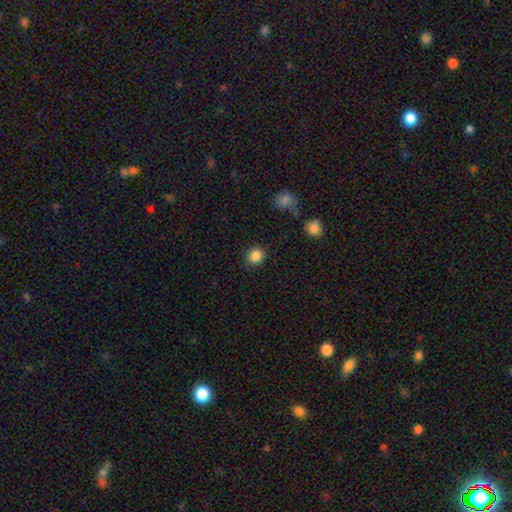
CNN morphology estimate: Smooth or featured?
  - smooth: 86% *
  - star or artifact: 10%
  - featured or disk: 4%
How rounded?
  - round: 83% *
  - in between: 16%
  - cigar-shaped: 1%
Merging?
  - none: 88% *
  - minor disturbance: 8%
  - major disturbance: 3%
  - merger: 2%